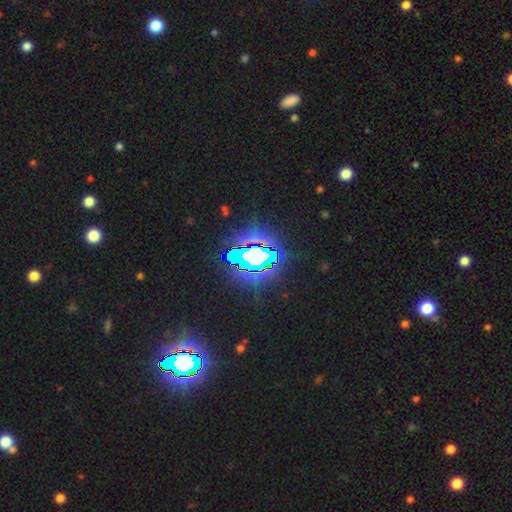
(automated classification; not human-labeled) Smooth or featured? star or artifact (78%)